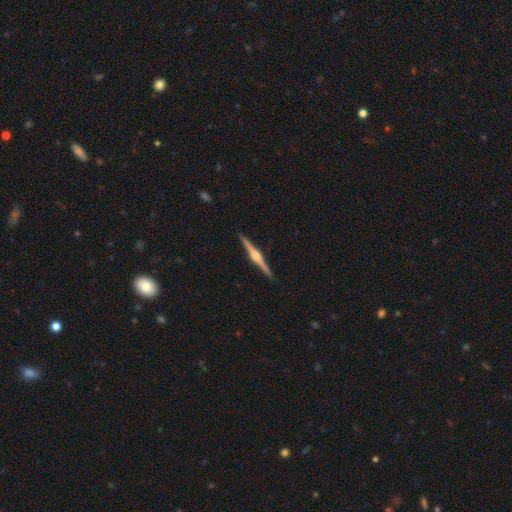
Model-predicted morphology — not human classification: Smooth or featured?
  - featured or disk: 84% *
  - smooth: 11%
  - star or artifact: 5%
Edge-on disk?
  - yes: 99% *
  - no: 1%
Edge-on bulge?
  - rounded: 91% *
  - boxy: 7%
  - none: 3%
Merging?
  - none: 92% *
  - minor disturbance: 5%
  - major disturbance: 1%
  - merger: 1%